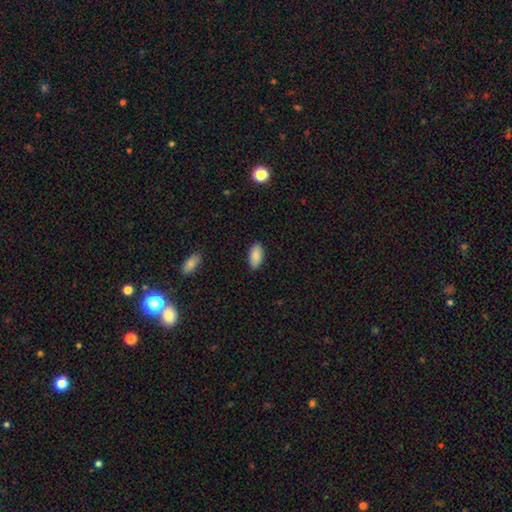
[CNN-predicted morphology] Q: Smooth or featured?
A: smooth (89%); runner-up: star or artifact (7%)
Q: How rounded?
A: in between (92%); runner-up: cigar-shaped (5%)
Q: Merging?
A: none (87%); runner-up: minor disturbance (9%)